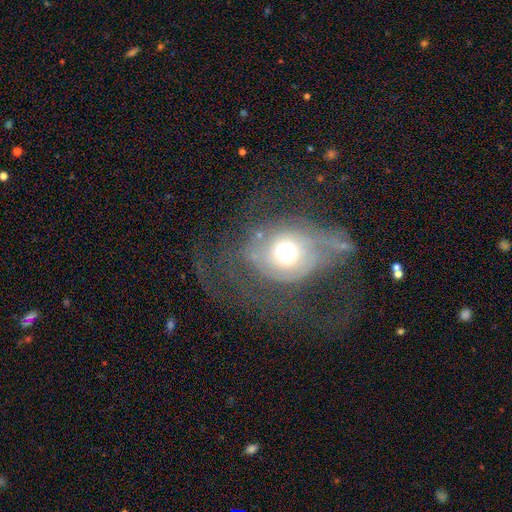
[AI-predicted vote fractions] Q: Smooth or featured?
A: featured or disk (70%); runner-up: smooth (19%)
Q: Edge-on disk?
A: no (96%); runner-up: yes (4%)
Q: Bar?
A: no (79%); runner-up: weak (16%)
Q: Spiral arms?
A: yes (64%); runner-up: no (36%)
Q: Bulge size?
A: moderate (61%); runner-up: large (28%)
Q: Merging?
A: major disturbance (45%); runner-up: none (35%)